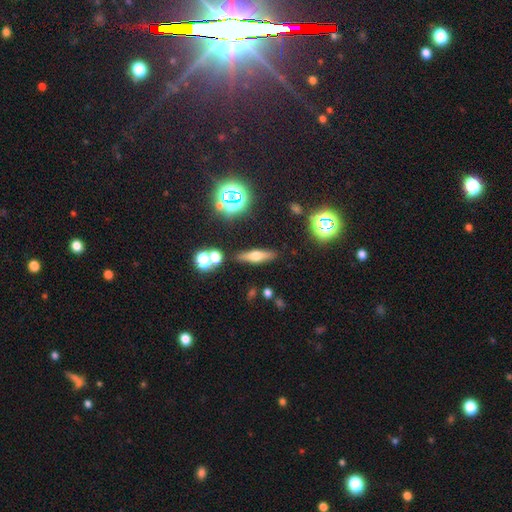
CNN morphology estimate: A featured or disk galaxy (45%).

Vote fractions:
- Smooth or featured? featured or disk: 45% / smooth: 42% / star or artifact: 13%
- Merging? none: 84% / minor disturbance: 9% / merger: 5% / major disturbance: 3%